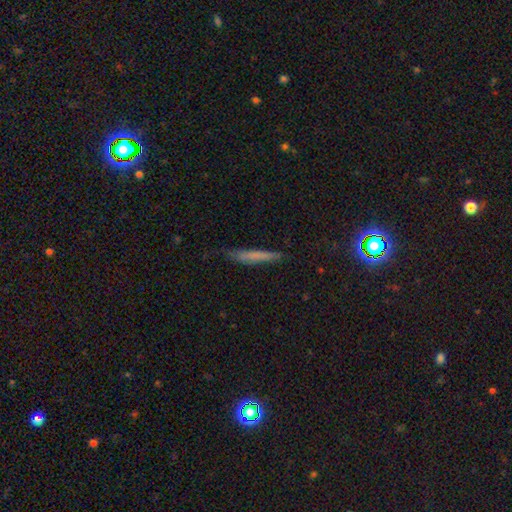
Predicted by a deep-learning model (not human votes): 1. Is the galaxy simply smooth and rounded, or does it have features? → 65% smooth, 26% featured or disk, 9% star or artifact.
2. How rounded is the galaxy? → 94% cigar-shaped, 4% in between, 2% round.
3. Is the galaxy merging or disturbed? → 77% none, 18% minor disturbance, 4% major disturbance, 2% merger.